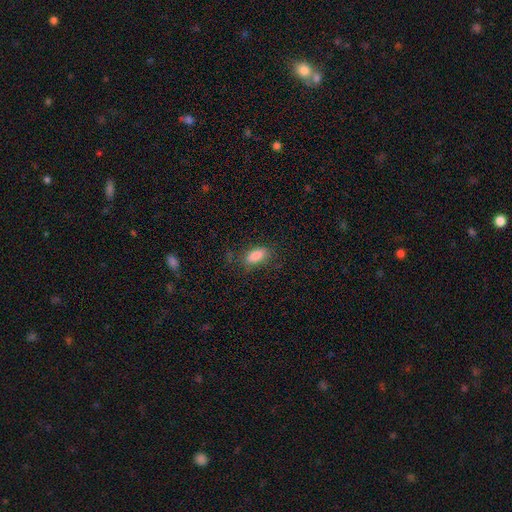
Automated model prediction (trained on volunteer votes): This is clearly a smooth galaxy (85%). How rounded: clearly in between (87%). Merging: likely none (72%).